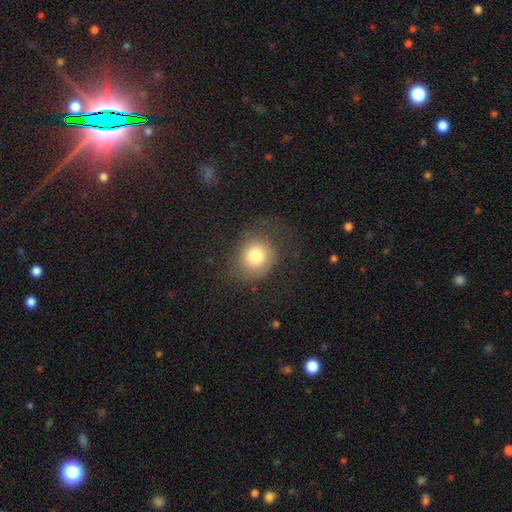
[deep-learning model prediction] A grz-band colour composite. It shows a smooth galaxy with no disk features (77%) that is round (83%). Merging: none (64%).